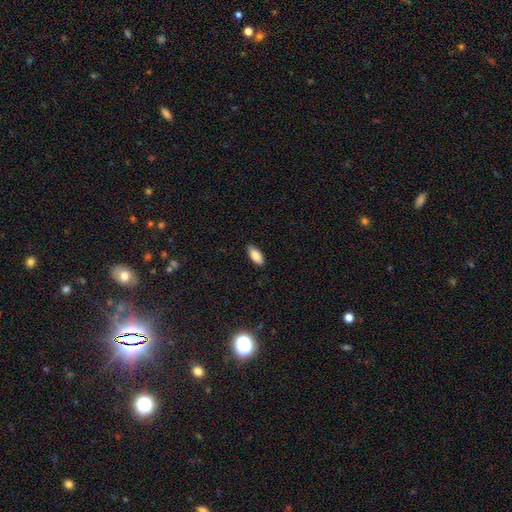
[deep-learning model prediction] This appears to be a smooth galaxy with no disk features (86%) that is in between round and cigar-shaped (85%). Merging: none (86%).